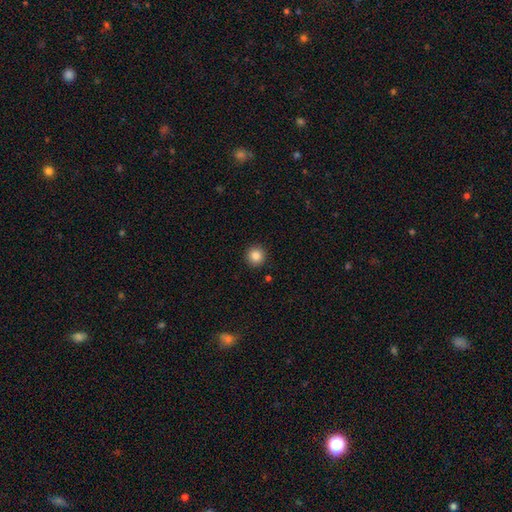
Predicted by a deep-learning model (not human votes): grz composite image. It shows a smooth galaxy with no disk features (85%) that is round (95%). Merging: none (92%).